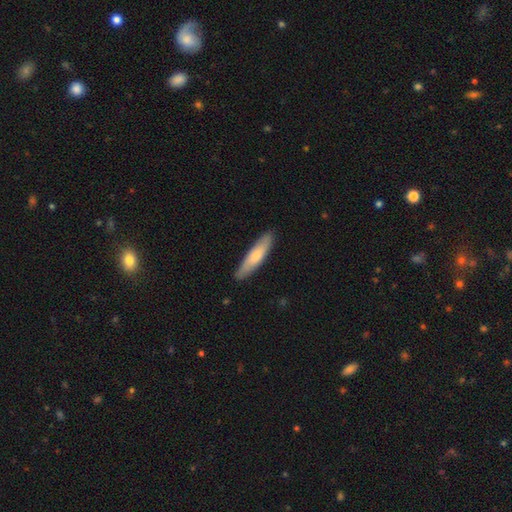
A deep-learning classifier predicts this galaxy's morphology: smooth-or-featured: smooth: 74% | featured or disk: 21% | star or artifact: 5%
  how-rounded: cigar-shaped: 80% | in between: 19% | round: 1%
  merging: none: 87% | minor disturbance: 10% | major disturbance: 2% | merger: 1%